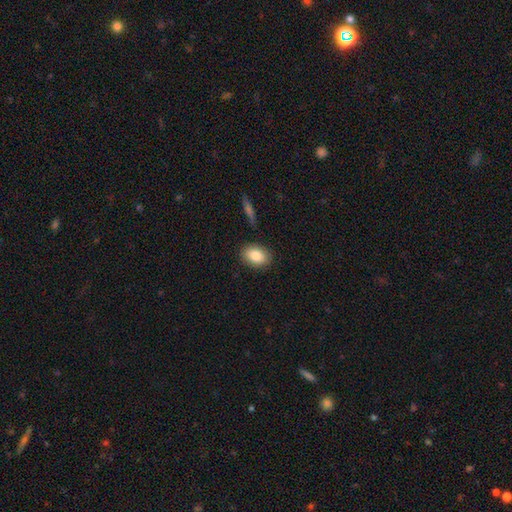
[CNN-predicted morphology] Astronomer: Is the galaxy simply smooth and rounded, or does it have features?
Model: smooth — 85%.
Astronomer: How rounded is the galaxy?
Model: in between — 80%.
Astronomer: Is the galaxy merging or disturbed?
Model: none — 86%.